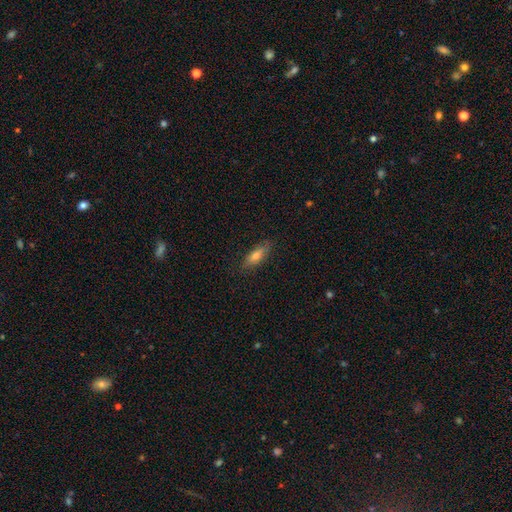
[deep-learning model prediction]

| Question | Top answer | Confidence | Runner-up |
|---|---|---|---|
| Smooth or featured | smooth | 67% | featured or disk (26%) |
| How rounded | cigar-shaped | 49% | in between (48%) |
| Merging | none | 83% | minor disturbance (13%) |